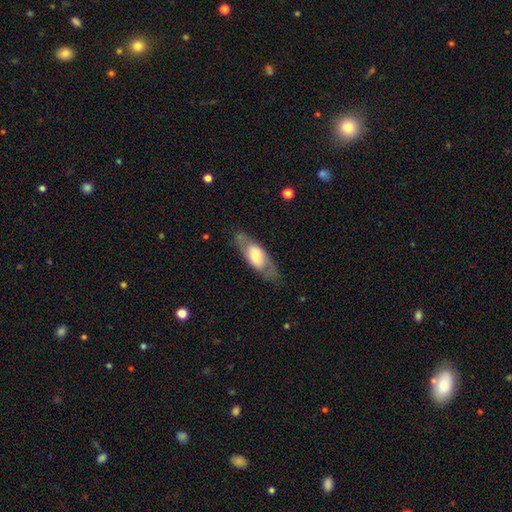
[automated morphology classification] type=smooth (51%); roundness=in between (72%); merging=none (71%).